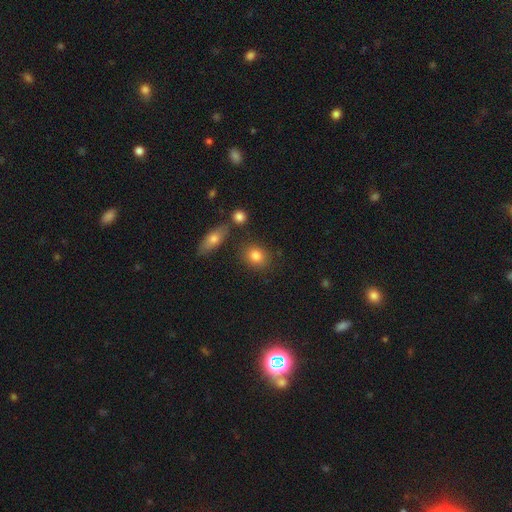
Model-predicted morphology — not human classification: Overall: smooth (82%). How rounded: round (54%; in between 44%). Merging: none (78%).